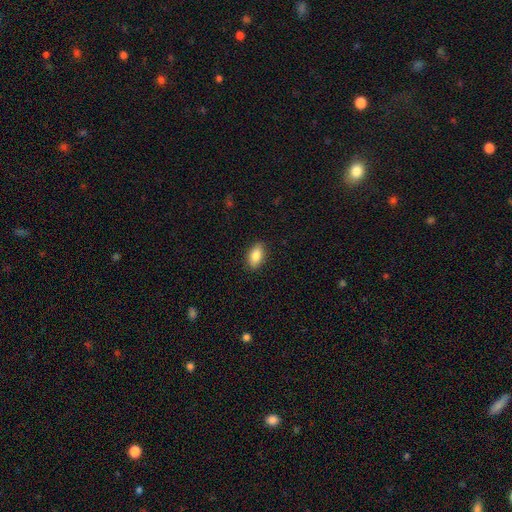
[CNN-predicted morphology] A smooth galaxy with no disk features (85%) that is in between round and cigar-shaped (91%).

Vote fractions:
- Smooth or featured? smooth: 85% / featured or disk: 8% / star or artifact: 7%
- How rounded? in between: 91% / round: 5% / cigar-shaped: 4%
- Merging? none: 89% / minor disturbance: 8% / major disturbance: 2% / merger: 1%